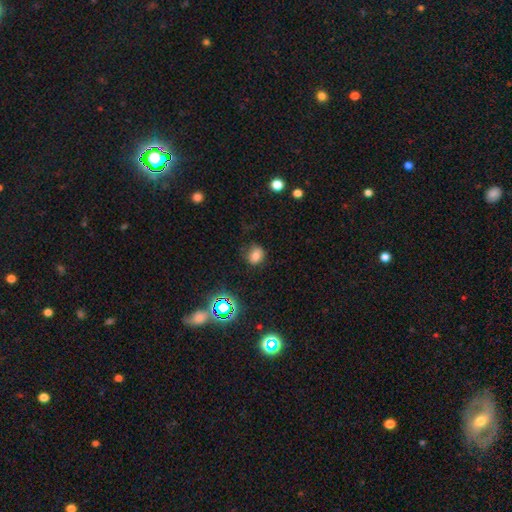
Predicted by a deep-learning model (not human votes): Morphology: type=smooth (67%); roundness=round (62%); merging=none (71%).